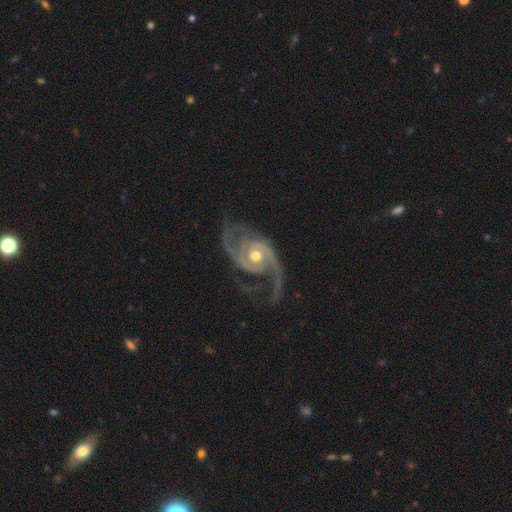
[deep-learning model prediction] Q: Smooth or featured?
A: featured or disk (93%); runner-up: star or artifact (4%)
Q: Edge-on disk?
A: no (97%); runner-up: yes (3%)
Q: Bar?
A: no (61%); runner-up: weak (28%)
Q: Spiral arms?
A: yes (98%); runner-up: no (2%)
Q: Spiral winding?
A: medium (53%); runner-up: loose (24%)
Q: Spiral arm count?
A: 2 (72%); runner-up: 3 (13%)
Q: Bulge size?
A: moderate (73%); runner-up: small (19%)
Q: Merging?
A: none (66%); runner-up: minor disturbance (17%)